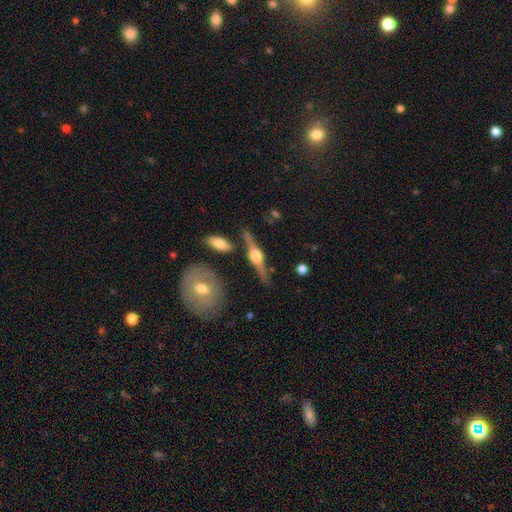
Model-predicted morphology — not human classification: smooth_or_featured: featured or disk (p=0.81) [alt: smooth p=0.14]
disk_edge_on: yes (p=0.97) [alt: no p=0.03]
edge_on_bulge: rounded (p=0.93) [alt: boxy p=0.06]
merging: none (p=0.80) [alt: minor disturbance p=0.11]